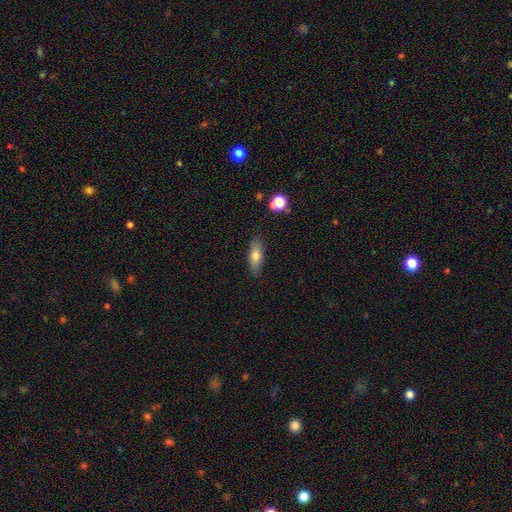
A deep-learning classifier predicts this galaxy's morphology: A smooth galaxy with no disk features (70%) that is in between round and cigar-shaped (61%).

Vote fractions:
- Smooth or featured? smooth: 70% / featured or disk: 22% / star or artifact: 8%
- How rounded? in between: 61% / cigar-shaped: 35% / round: 4%
- Merging? none: 84% / minor disturbance: 12% / major disturbance: 2% / merger: 2%